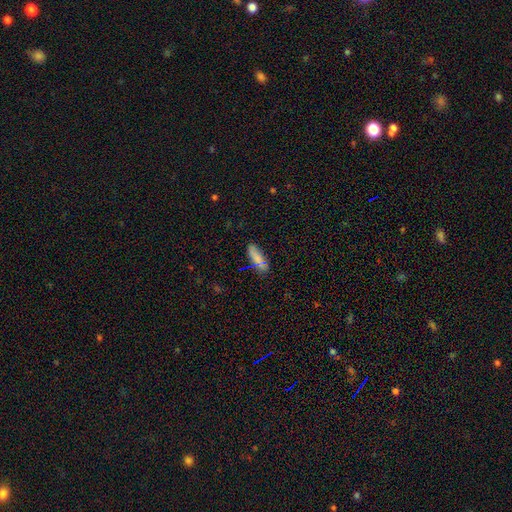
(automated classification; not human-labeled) A smooth galaxy with no disk features (79%) that is in between round and cigar-shaped (62%). Merging: none (76%).